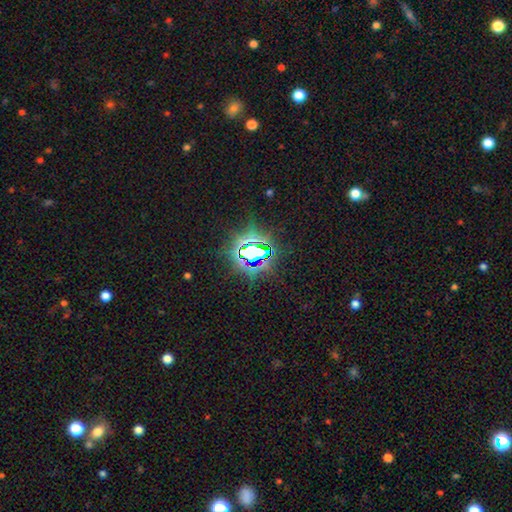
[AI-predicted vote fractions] This is likely a star or artifact rather than a galaxy (78%).